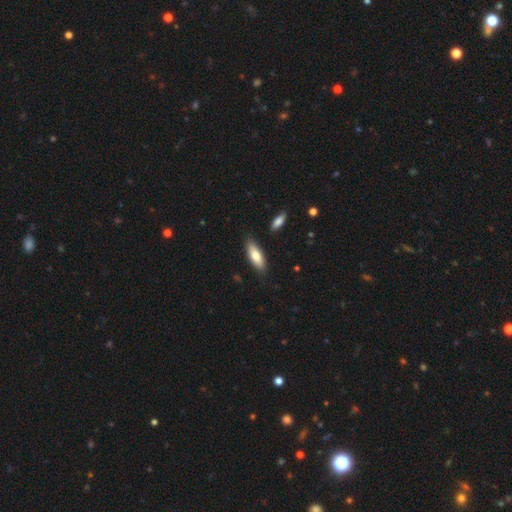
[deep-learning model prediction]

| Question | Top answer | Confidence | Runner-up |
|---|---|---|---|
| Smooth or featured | smooth | 77% | featured or disk (18%) |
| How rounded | in between | 67% | cigar-shaped (32%) |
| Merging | none | 85% | minor disturbance (11%) |